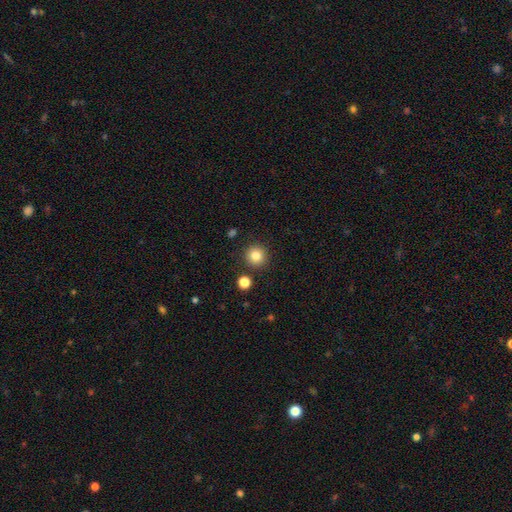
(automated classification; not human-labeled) Smooth or featured? smooth (83%)
How rounded? round (95%)
Merging? none (90%)